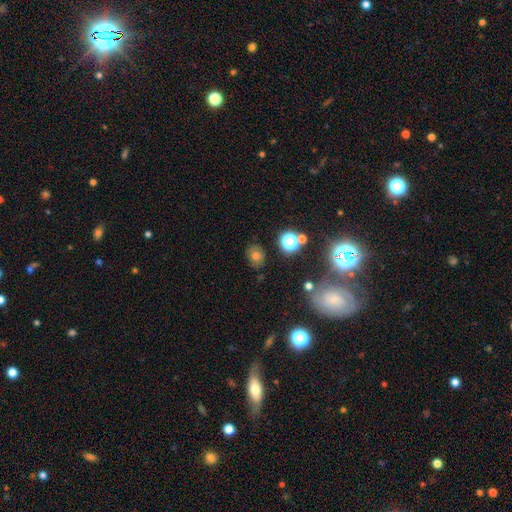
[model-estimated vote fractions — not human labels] smooth_or_featured: smooth (p=0.67) [alt: star or artifact p=0.22]
how_rounded: round (p=0.58) [alt: in between p=0.41]
merging: none (p=0.78) [alt: minor disturbance p=0.14]